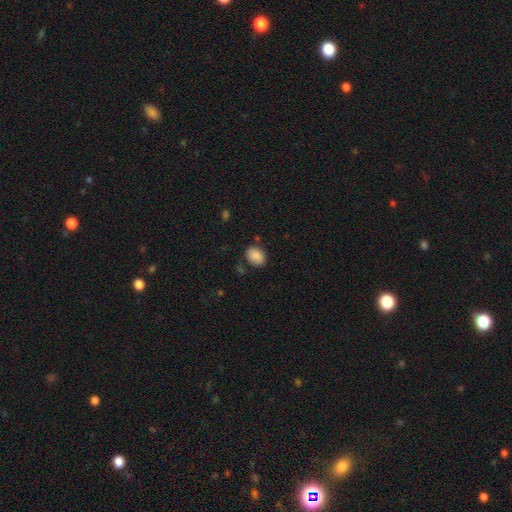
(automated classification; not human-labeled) Smooth or featured? smooth (88%)
How rounded? in between (73%)
Merging? none (78%)